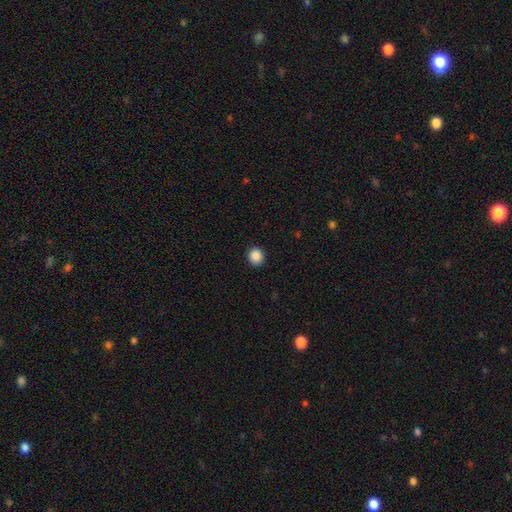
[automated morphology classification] The model was most divided on "how rounded": round: 85%, in between: 14%, cigar-shaped: 1%. More confident: merging — none (92%); smooth or featured — smooth (89%).